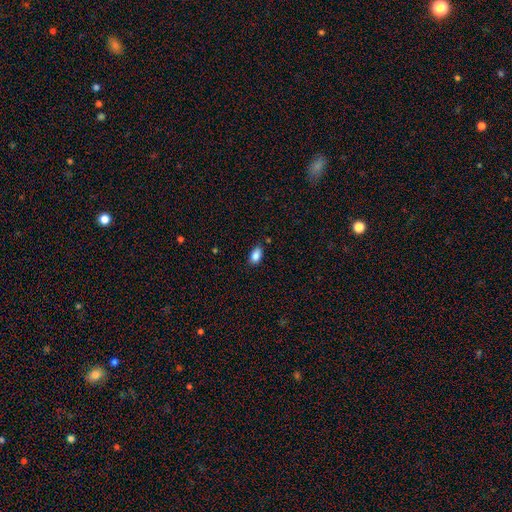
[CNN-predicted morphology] Smooth or featured?
  - smooth: 87% *
  - star or artifact: 9%
  - featured or disk: 5%
How rounded?
  - in between: 90% *
  - round: 7%
  - cigar-shaped: 3%
Merging?
  - none: 80% *
  - minor disturbance: 16%
  - major disturbance: 3%
  - merger: 2%